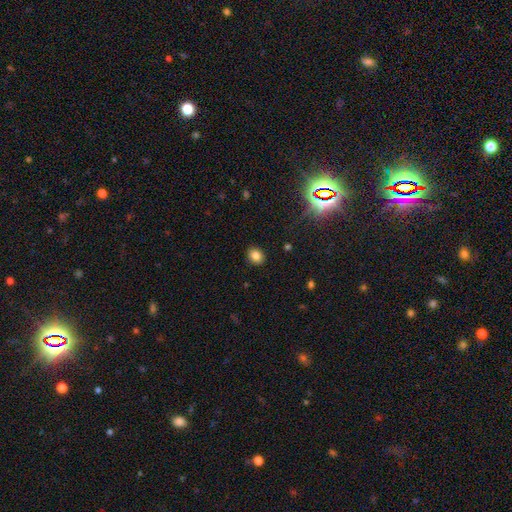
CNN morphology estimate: A smooth galaxy with no disk features (82%) that is round (54%).

Vote fractions:
- Smooth or featured? smooth: 82% / star or artifact: 12% / featured or disk: 6%
- How rounded? round: 54% / in between: 45% / cigar-shaped: 1%
- Merging? none: 89% / minor disturbance: 7% / major disturbance: 2% / merger: 1%